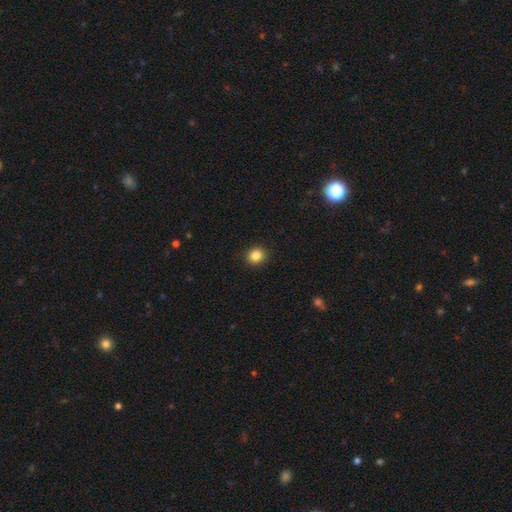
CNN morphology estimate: Q: Smooth or featured?
A: smooth (85%); runner-up: star or artifact (11%)
Q: How rounded?
A: round (83%); runner-up: in between (16%)
Q: Merging?
A: none (92%); runner-up: minor disturbance (5%)